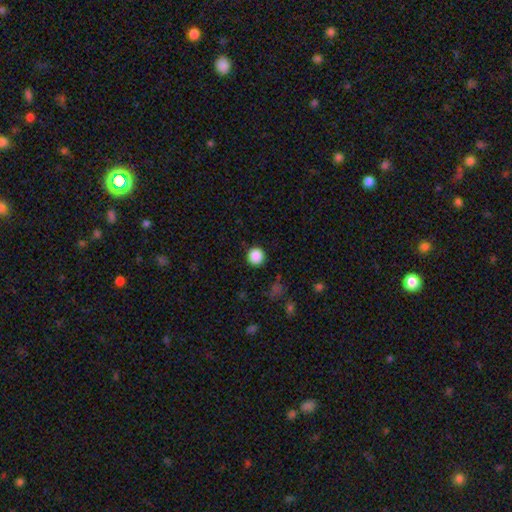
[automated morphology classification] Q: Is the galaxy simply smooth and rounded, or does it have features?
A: smooth — 87%.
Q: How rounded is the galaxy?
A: round — 95%.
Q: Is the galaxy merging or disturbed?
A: none — 91%.